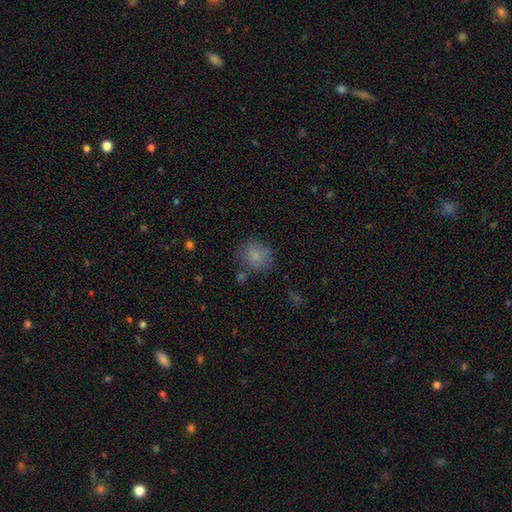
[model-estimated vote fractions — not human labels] Smooth or featured?
  - smooth: 79% *
  - star or artifact: 11%
  - featured or disk: 10%
How rounded?
  - round: 67% *
  - in between: 32%
  - cigar-shaped: 1%
Merging?
  - none: 64% *
  - minor disturbance: 20%
  - major disturbance: 8%
  - merger: 7%